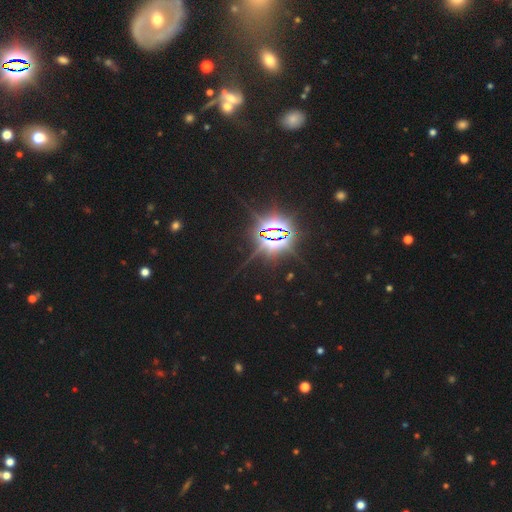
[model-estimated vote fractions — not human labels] Morphology: type=star or artifact (74%).